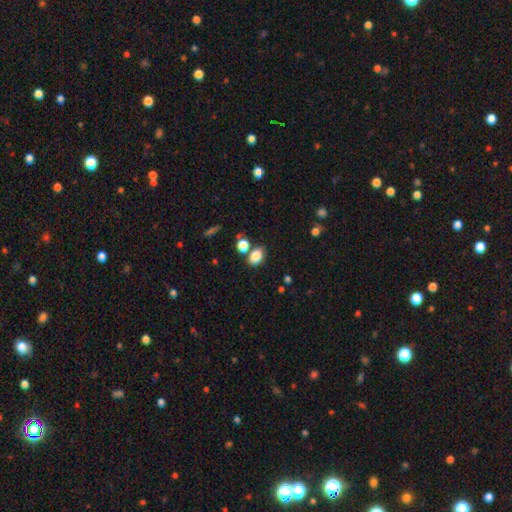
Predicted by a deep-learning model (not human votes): Smooth or featured? smooth (84%)
How rounded? in between (76%)
Merging? none (67%)